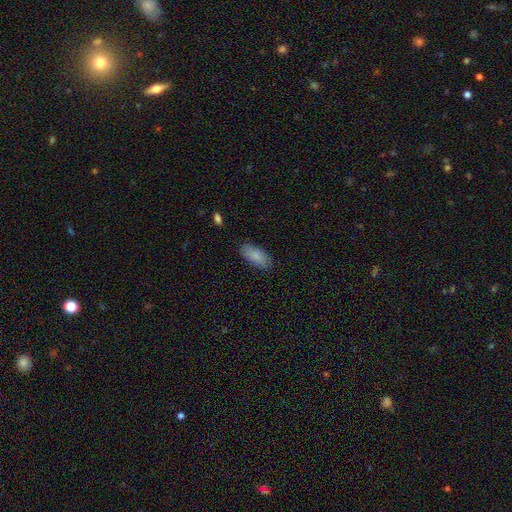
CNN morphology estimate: Smooth or featured: smooth — 85% (featured or disk — 8%)
How rounded: in between — 89% (cigar-shaped — 9%)
Merging: none — 85% (minor disturbance — 11%)